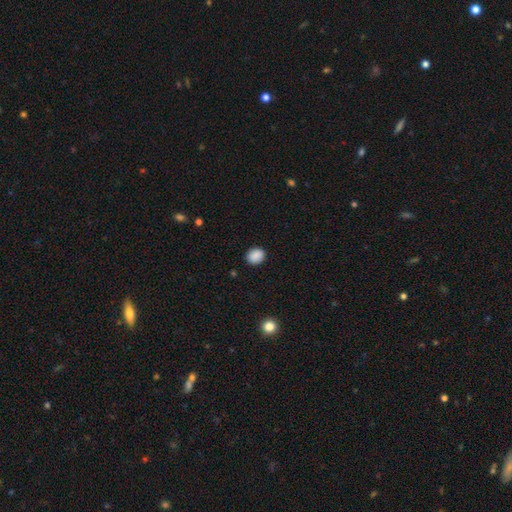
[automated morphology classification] Smooth or featured? Predicted: smooth (p=0.89). How rounded? Predicted: round (p=0.66). Merging? Predicted: none (p=0.89).